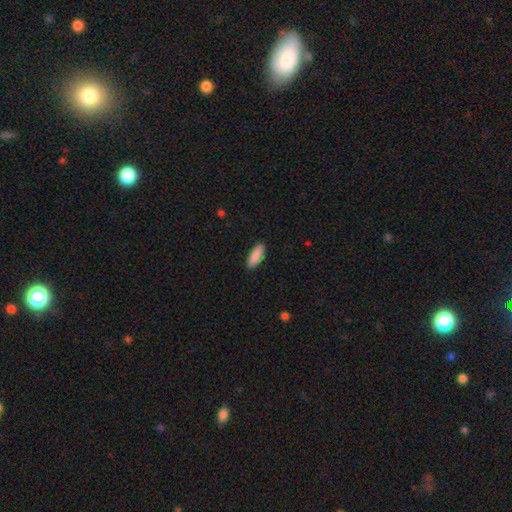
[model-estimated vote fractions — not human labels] smooth-or-featured: smooth: 90% | star or artifact: 6% | featured or disk: 4%
  how-rounded: in between: 66% | cigar-shaped: 32% | round: 2%
  merging: none: 90% | minor disturbance: 8% | major disturbance: 2% | merger: 1%